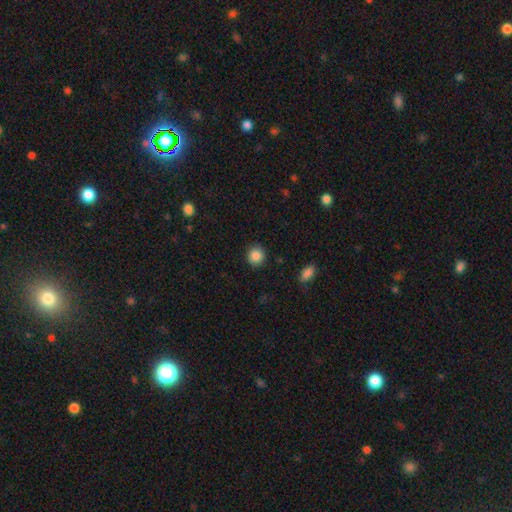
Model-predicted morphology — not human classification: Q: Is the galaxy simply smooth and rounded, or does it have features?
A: smooth — 87%.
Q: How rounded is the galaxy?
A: round — 89%.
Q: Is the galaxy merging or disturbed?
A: none — 90%.